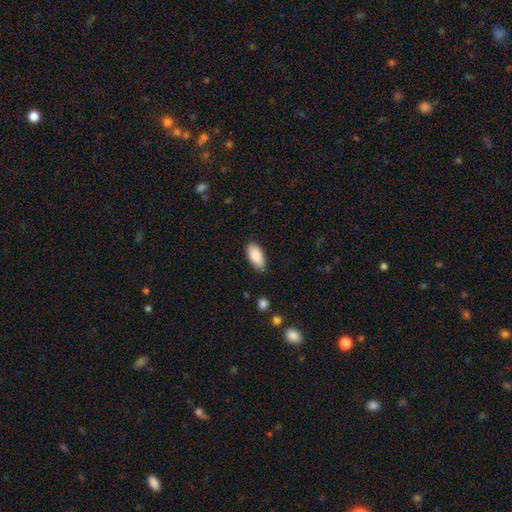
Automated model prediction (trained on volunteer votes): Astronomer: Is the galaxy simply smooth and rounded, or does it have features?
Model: smooth — 89%.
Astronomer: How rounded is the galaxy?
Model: in between — 91%.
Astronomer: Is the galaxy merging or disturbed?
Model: none — 85%.